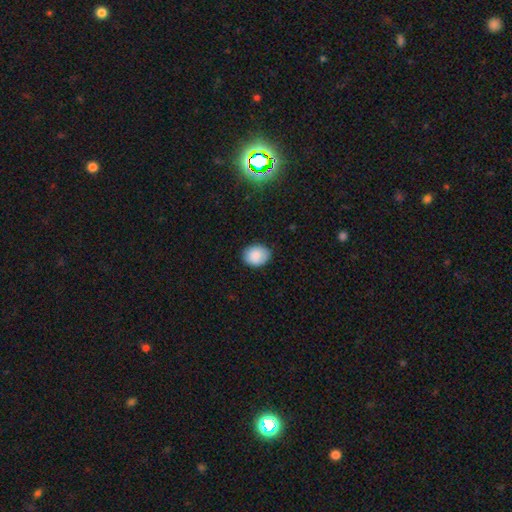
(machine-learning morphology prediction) Q: Smooth or featured?
A: smooth (87%); runner-up: star or artifact (7%)
Q: How rounded?
A: round (51%); runner-up: in between (48%)
Q: Merging?
A: none (84%); runner-up: minor disturbance (13%)